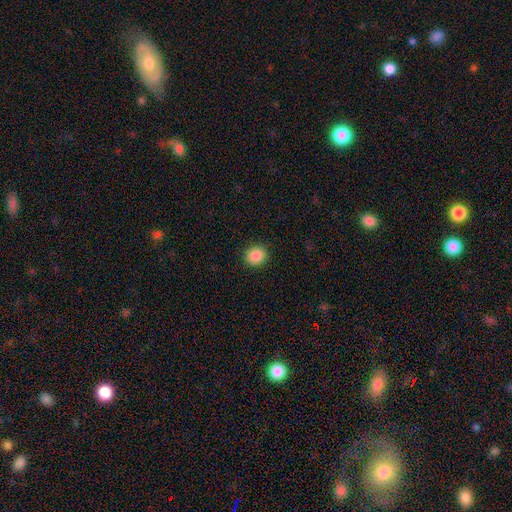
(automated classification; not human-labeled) Morphology: type=smooth (88%); roundness=round (80%); merging=none (91%).